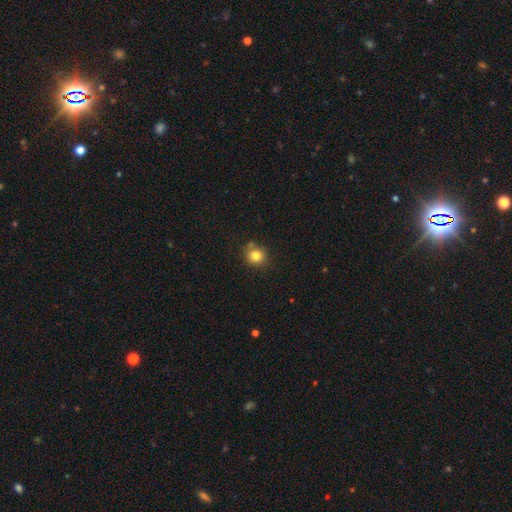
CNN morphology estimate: This appears to be a smooth galaxy with no disk features (81%) that is round (90%). Merging: none (76%).